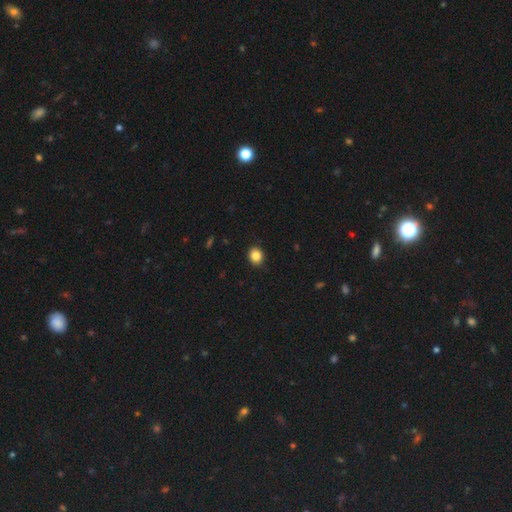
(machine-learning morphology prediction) Smooth or featured? Predicted: smooth (p=0.86). How rounded? Predicted: round (p=0.66). Merging? Predicted: none (p=0.89).